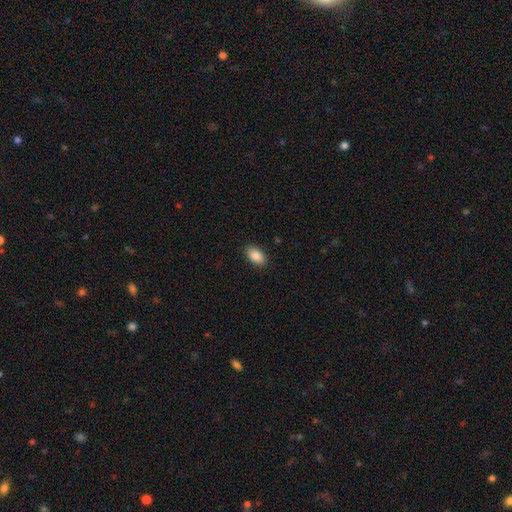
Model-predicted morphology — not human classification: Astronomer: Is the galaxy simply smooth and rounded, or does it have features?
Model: smooth — 88%.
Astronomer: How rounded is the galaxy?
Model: in between — 93%.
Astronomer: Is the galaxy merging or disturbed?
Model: none — 89%.